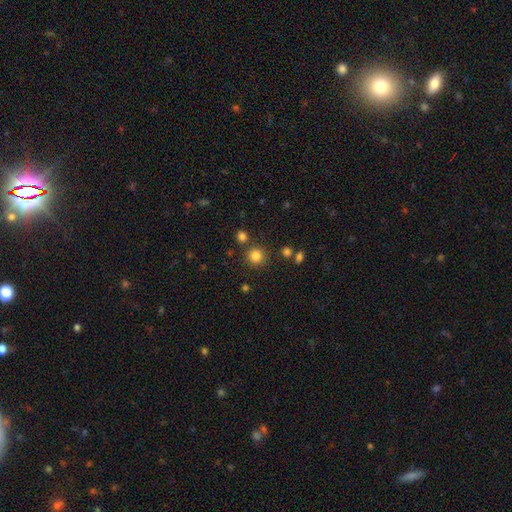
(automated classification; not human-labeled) The model was most divided on "smooth or featured": smooth: 82%, star or artifact: 14%, featured or disk: 5%. More confident: how rounded — round (92%); merging — none (81%).